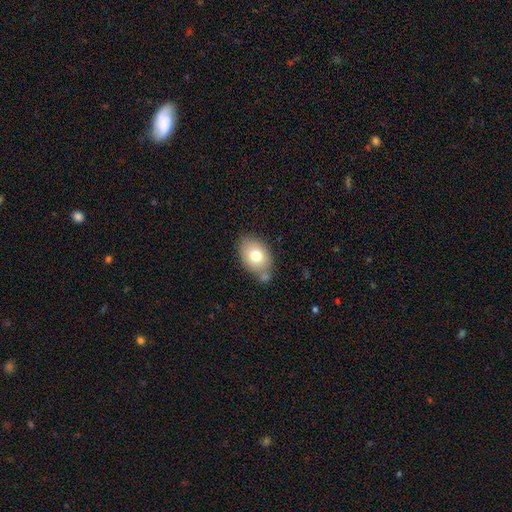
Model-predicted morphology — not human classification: Q: Smooth or featured?
A: smooth (74%); runner-up: featured or disk (18%)
Q: How rounded?
A: in between (79%); runner-up: round (20%)
Q: Merging?
A: none (60%); runner-up: minor disturbance (20%)